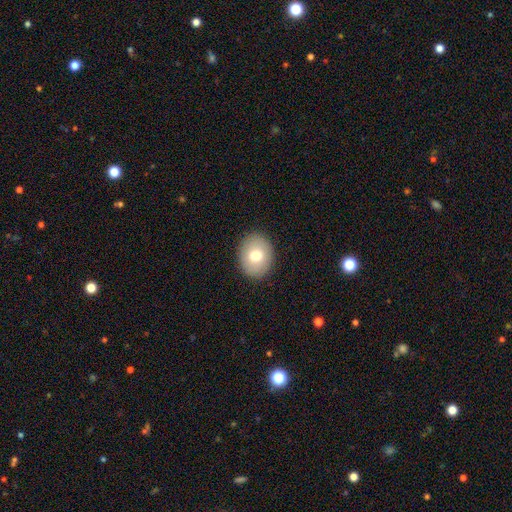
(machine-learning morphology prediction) A smooth galaxy with no disk features (75%) that is round (51%). Merging: none (89%).